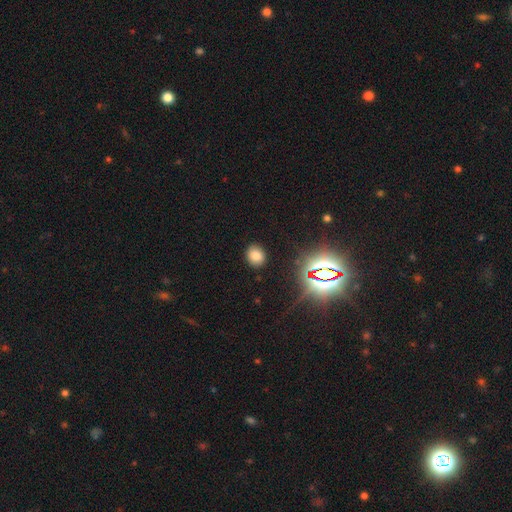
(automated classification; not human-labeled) Overall: smooth (77%). How rounded: round (60%; in between 39%). Merging: none (89%).